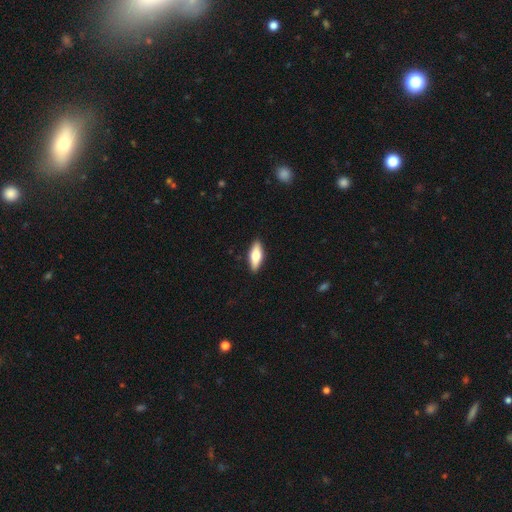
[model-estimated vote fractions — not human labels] The model was most divided on "how rounded": in between: 62%, cigar-shaped: 36%, round: 2%. More confident: merging — none (90%); smooth or featured — smooth (65%).